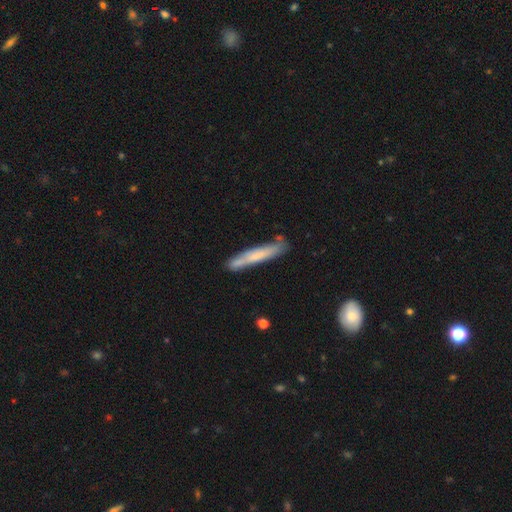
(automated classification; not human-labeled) Smooth or featured: smooth — 57% (featured or disk — 37%)
How rounded: cigar-shaped — 93% (in between — 5%)
Merging: none — 71% (minor disturbance — 19%)